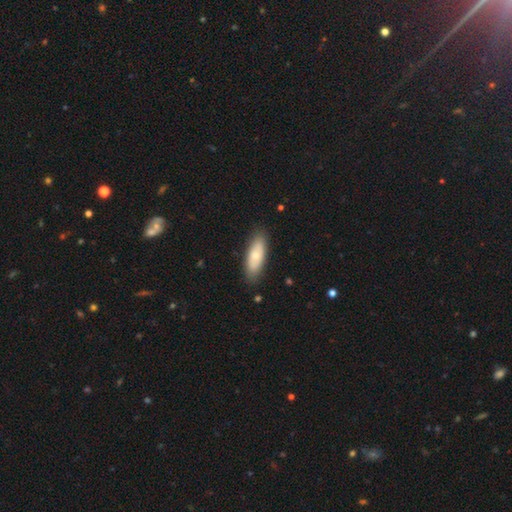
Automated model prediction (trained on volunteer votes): A smooth galaxy with no disk features (74%) that is in between round and cigar-shaped (65%).

Vote fractions:
- Smooth or featured? smooth: 74% / featured or disk: 21% / star or artifact: 6%
- How rounded? in between: 65% / cigar-shaped: 33% / round: 2%
- Merging? none: 84% / minor disturbance: 12% / major disturbance: 2% / merger: 1%